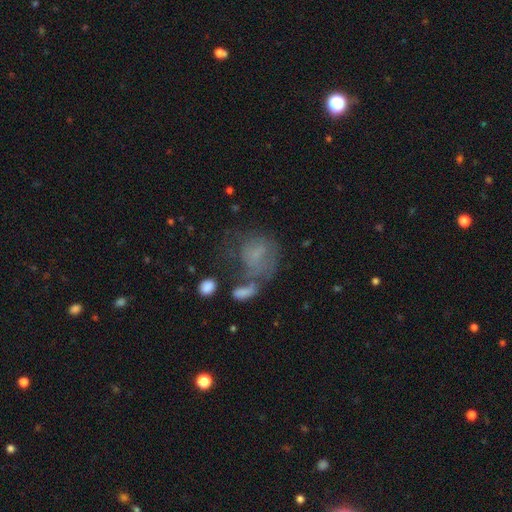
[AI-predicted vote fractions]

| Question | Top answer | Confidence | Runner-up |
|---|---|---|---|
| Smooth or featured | smooth | 47% | featured or disk (38%) |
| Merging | major disturbance | 32% | merger (26%) |